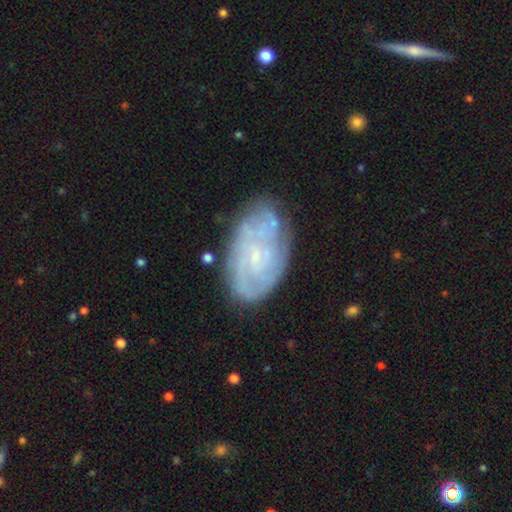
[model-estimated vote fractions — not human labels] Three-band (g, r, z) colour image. It shows a featured or disk galaxy (76%) with no bar (68%), tight (65%) spiral arms (88%) and a small central bulge (78%). Merging: none (72%).